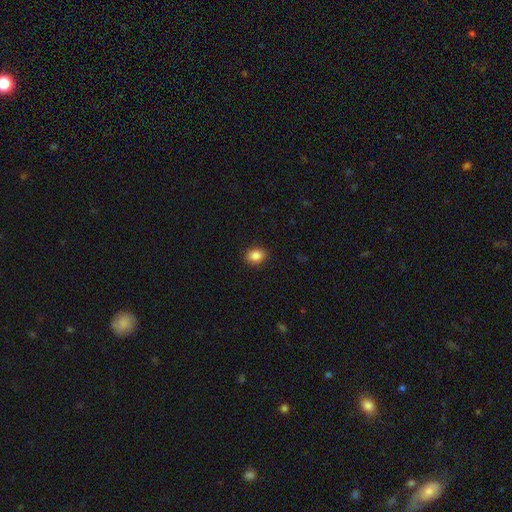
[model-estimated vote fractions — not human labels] Overall: smooth (87%). How rounded: in between (59%; round 40%). Merging: none (90%).